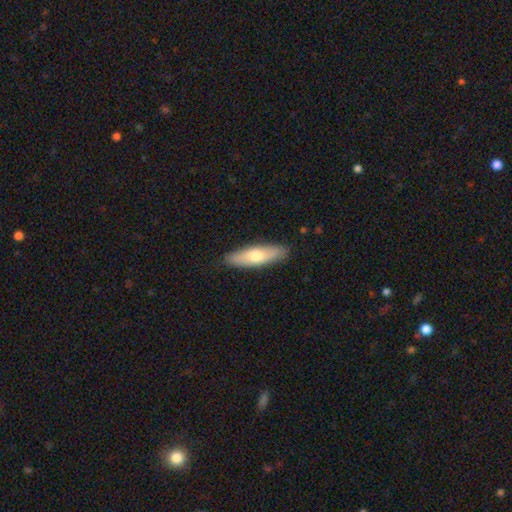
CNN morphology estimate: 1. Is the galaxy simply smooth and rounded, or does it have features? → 64% smooth, 30% featured or disk, 5% star or artifact.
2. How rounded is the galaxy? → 58% cigar-shaped, 40% in between, 2% round.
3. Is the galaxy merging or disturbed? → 87% none, 10% minor disturbance, 2% major disturbance, 1% merger.